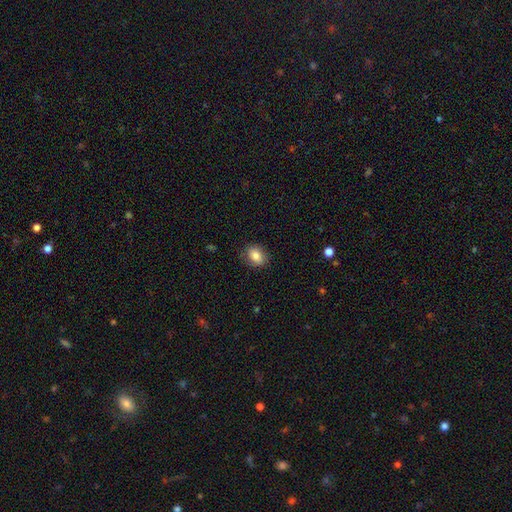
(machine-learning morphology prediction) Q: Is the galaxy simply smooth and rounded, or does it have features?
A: smooth — 84%.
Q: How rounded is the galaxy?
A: in between — 69%.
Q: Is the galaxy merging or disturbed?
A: none — 85%.